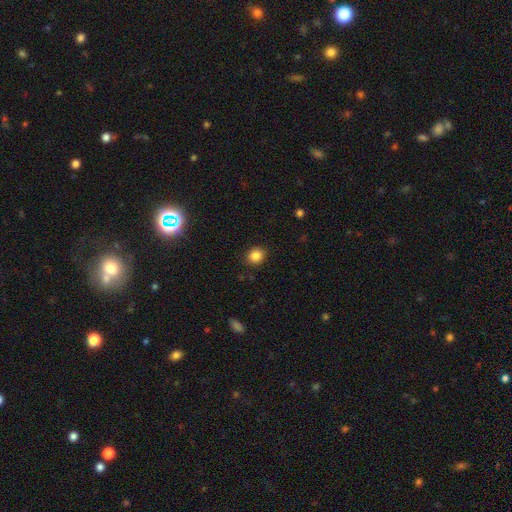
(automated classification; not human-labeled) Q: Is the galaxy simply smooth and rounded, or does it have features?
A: smooth — 85%.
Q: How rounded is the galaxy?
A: round — 76%.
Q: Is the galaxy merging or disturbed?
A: none — 89%.